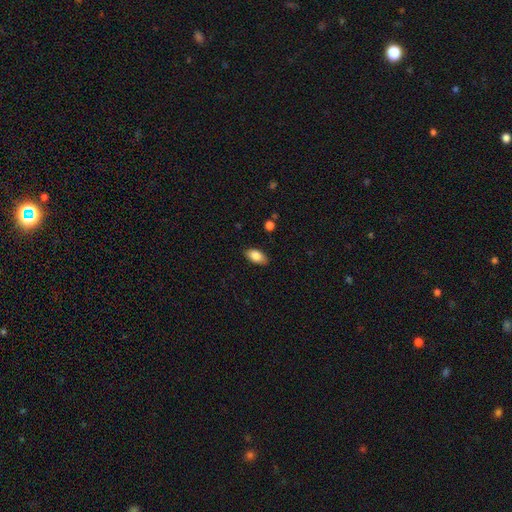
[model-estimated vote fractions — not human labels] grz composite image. It shows a smooth galaxy with no disk features (85%) that is in between round and cigar-shaped (93%). Merging: none (86%).